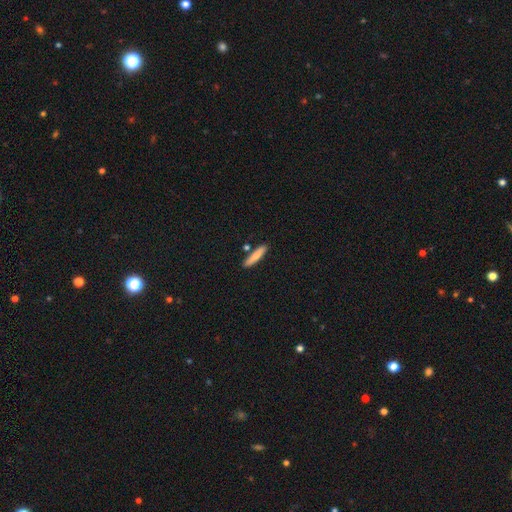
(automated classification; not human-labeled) smooth-or-featured: smooth: 81% | featured or disk: 13% | star or artifact: 6%
  how-rounded: cigar-shaped: 86% | in between: 12% | round: 2%
  merging: none: 82% | minor disturbance: 10% | merger: 6% | major disturbance: 2%